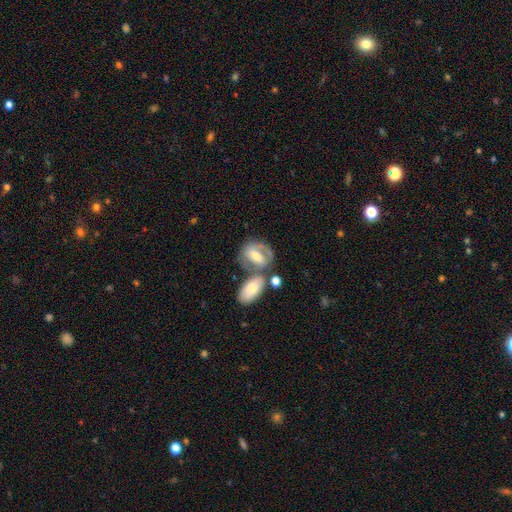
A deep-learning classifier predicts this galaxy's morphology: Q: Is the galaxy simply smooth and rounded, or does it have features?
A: featured or disk — 57%.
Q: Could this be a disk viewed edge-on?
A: no — 93%.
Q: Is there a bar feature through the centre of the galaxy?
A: weak — 37%.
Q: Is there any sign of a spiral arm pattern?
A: yes — 64%.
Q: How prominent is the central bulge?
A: moderate — 60%.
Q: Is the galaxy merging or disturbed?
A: none — 42%.